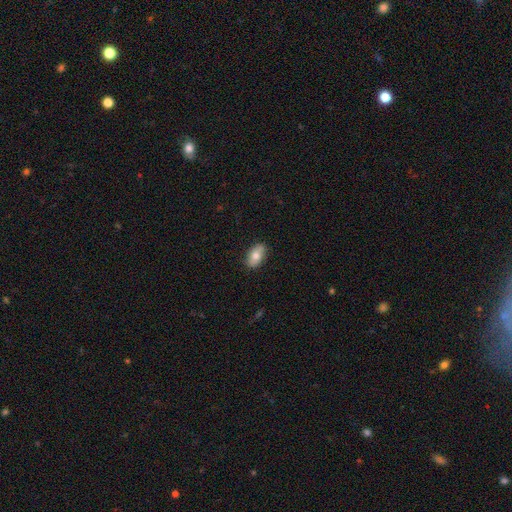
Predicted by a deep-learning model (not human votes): Morphology: type=smooth (73%); roundness=in between (92%); merging=none (85%).